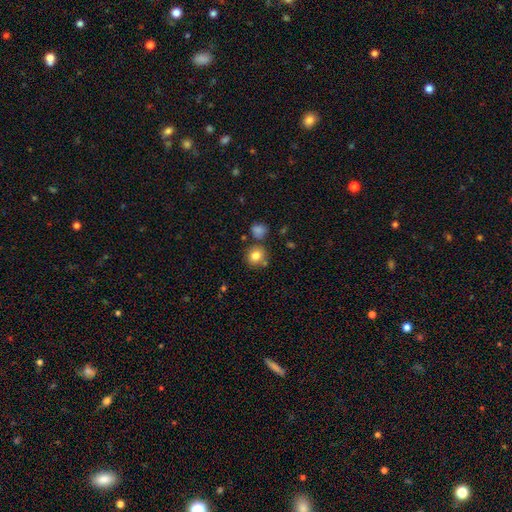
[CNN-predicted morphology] smooth_or_featured: smooth (p=0.81) [alt: star or artifact p=0.11]
how_rounded: round (p=0.85) [alt: in between p=0.14]
merging: none (p=0.75) [alt: minor disturbance p=0.11]